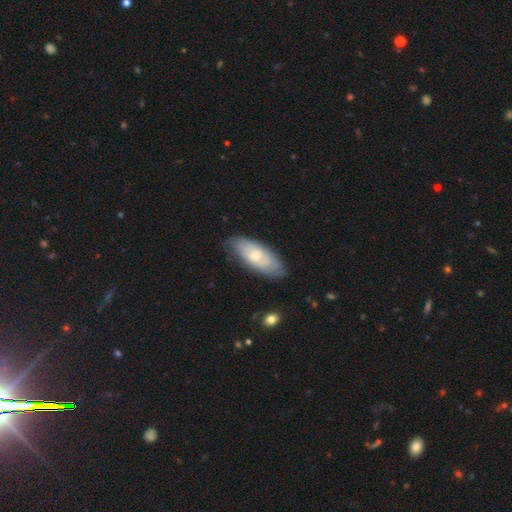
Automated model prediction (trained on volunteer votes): smooth_or_featured: smooth (p=0.51) [alt: featured or disk p=0.43]
how_rounded: in between (p=0.81) [alt: cigar-shaped p=0.17]
merging: none (p=0.71) [alt: minor disturbance p=0.23]